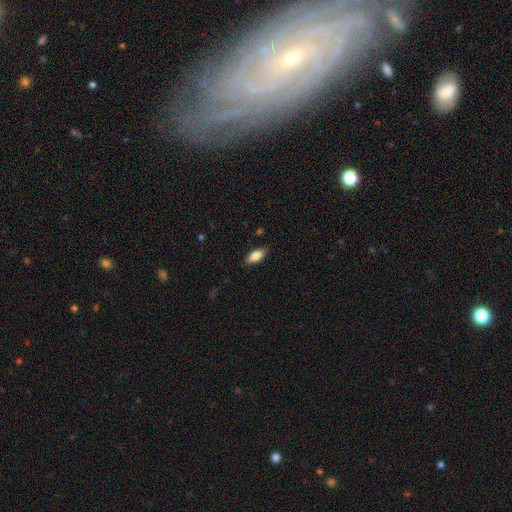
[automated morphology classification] Q: Smooth or featured?
A: smooth (79%); runner-up: featured or disk (14%)
Q: How rounded?
A: in between (82%); runner-up: cigar-shaped (15%)
Q: Merging?
A: none (86%); runner-up: minor disturbance (11%)